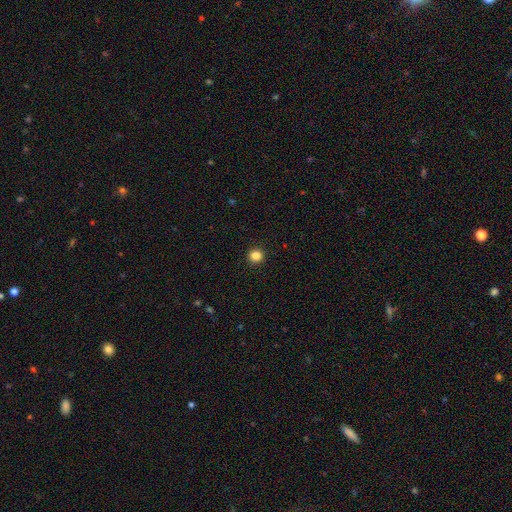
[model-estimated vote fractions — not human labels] Smooth or featured: smooth — 85% (star or artifact — 11%)
How rounded: round — 93% (in between — 6%)
Merging: none — 93% (minor disturbance — 4%)